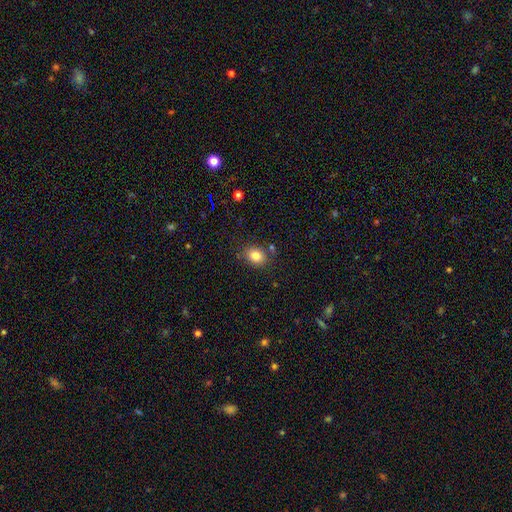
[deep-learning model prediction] Smooth or featured? Predicted: smooth (p=0.82). How rounded? Predicted: in between (p=0.55). Merging? Predicted: none (p=0.80).